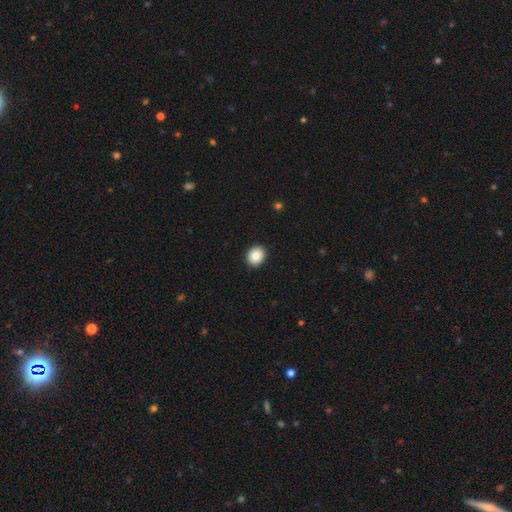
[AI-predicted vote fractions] This is clearly a smooth galaxy (87%). How rounded: likely round (67%). Merging: clearly none (91%).